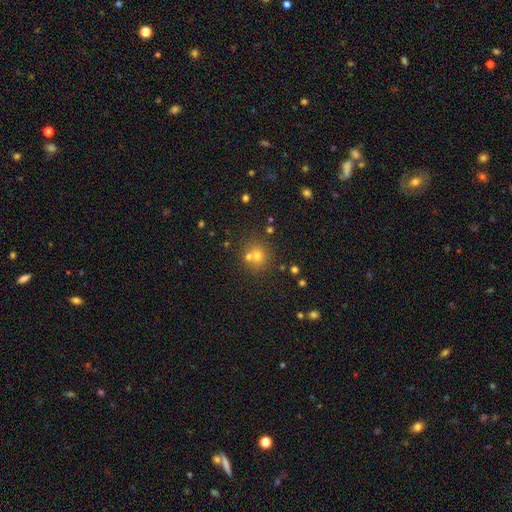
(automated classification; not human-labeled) Smooth or featured? smooth (62%)
How rounded? round (87%)
Merging? none (60%)